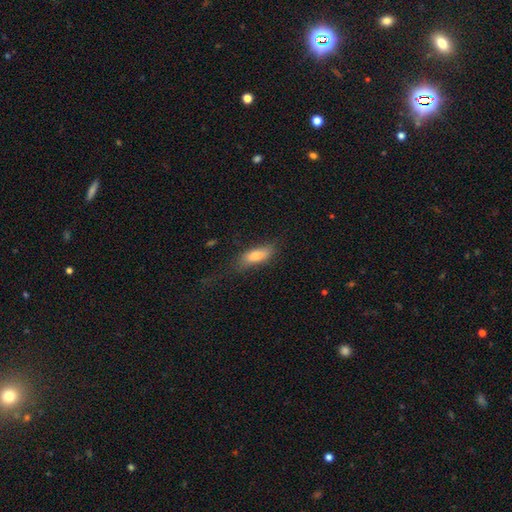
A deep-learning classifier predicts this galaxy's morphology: Smooth or featured: smooth — 77% (featured or disk — 16%)
How rounded: in between — 68% (cigar-shaped — 30%)
Merging: none — 56% (minor disturbance — 25%)